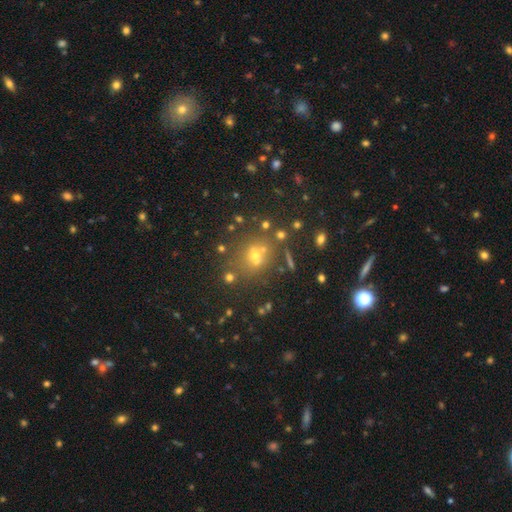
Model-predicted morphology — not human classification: Q: Smooth or featured?
A: smooth (50%); runner-up: star or artifact (32%)
Q: How rounded?
A: round (70%); runner-up: in between (28%)
Q: Merging?
A: none (57%); runner-up: merger (25%)